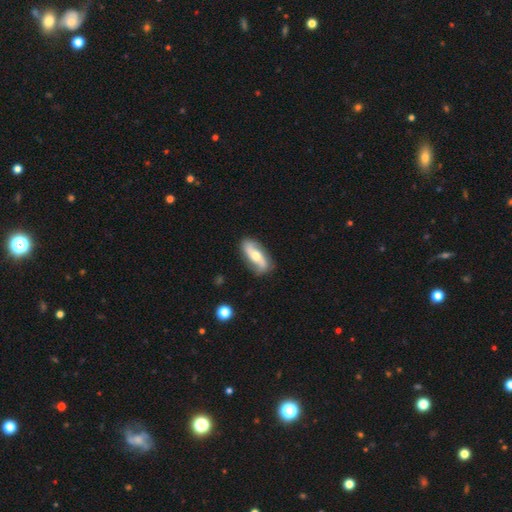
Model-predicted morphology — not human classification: smooth-or-featured: featured or disk: 67% | smooth: 27% | star or artifact: 5%
  disk-edge-on: no: 86% | yes: 14%
    bar: no: 49% | weak: 28% | strong: 23%
    has-spiral-arms: yes: 85% | no: 15%
    bulge-size: moderate: 72% | small: 18% | large: 8% | none: 1% | dominant: 1%
  merging: none: 81% | minor disturbance: 14% | major disturbance: 4% | merger: 2%